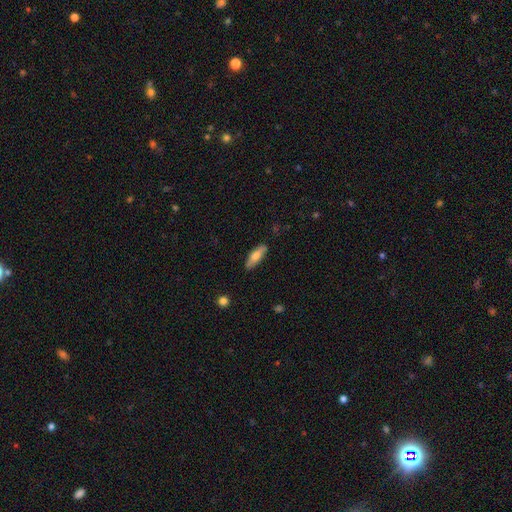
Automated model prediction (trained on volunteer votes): Smooth or featured? Predicted: smooth (p=0.68). How rounded? Predicted: in between (p=0.50). Merging? Predicted: none (p=0.84).